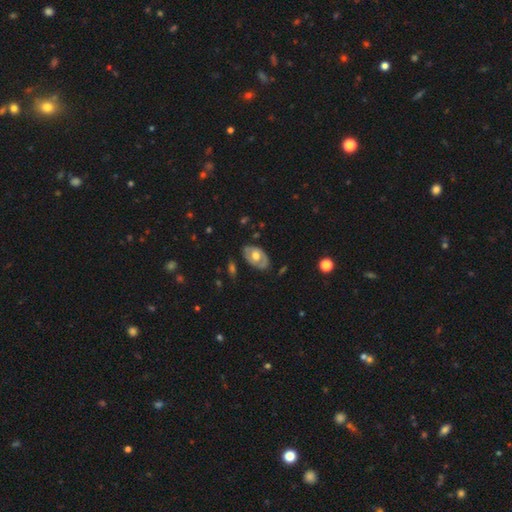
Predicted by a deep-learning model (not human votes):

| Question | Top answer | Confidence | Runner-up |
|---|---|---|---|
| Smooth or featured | featured or disk | 54% | smooth (40%) |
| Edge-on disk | no | 91% | yes (9%) |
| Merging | none | 74% | minor disturbance (19%) |